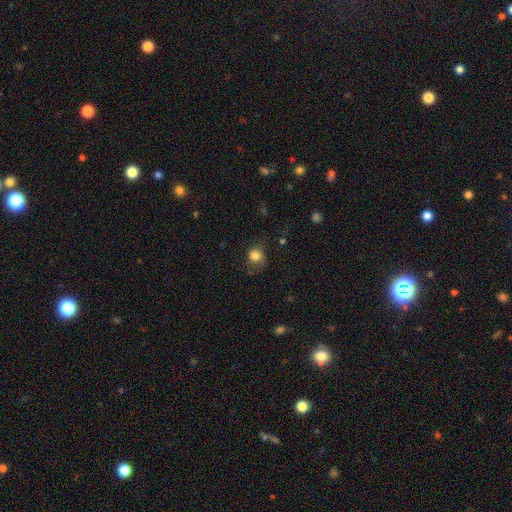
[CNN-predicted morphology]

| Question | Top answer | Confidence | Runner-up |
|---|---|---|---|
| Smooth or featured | smooth | 83% | star or artifact (11%) |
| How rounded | round | 81% | in between (18%) |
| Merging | none | 66% | minor disturbance (23%) |